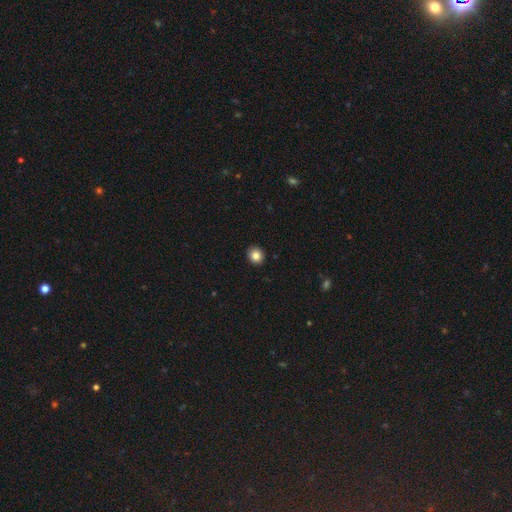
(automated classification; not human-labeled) Overall: smooth (84%). How rounded: round (86%). Merging: none (93%).